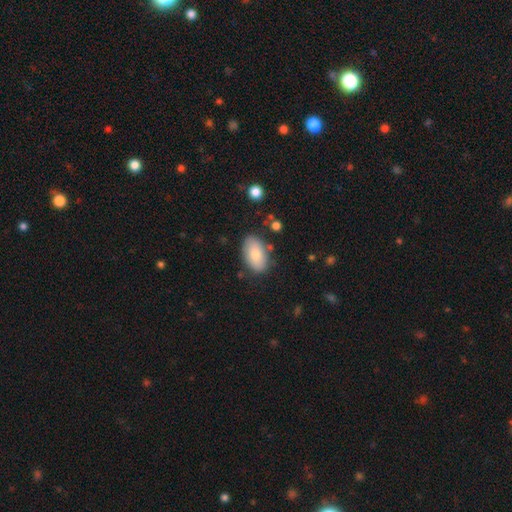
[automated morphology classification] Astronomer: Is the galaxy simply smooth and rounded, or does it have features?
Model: smooth — 84%.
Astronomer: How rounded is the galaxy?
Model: in between — 94%.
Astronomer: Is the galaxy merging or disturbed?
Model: none — 79%.